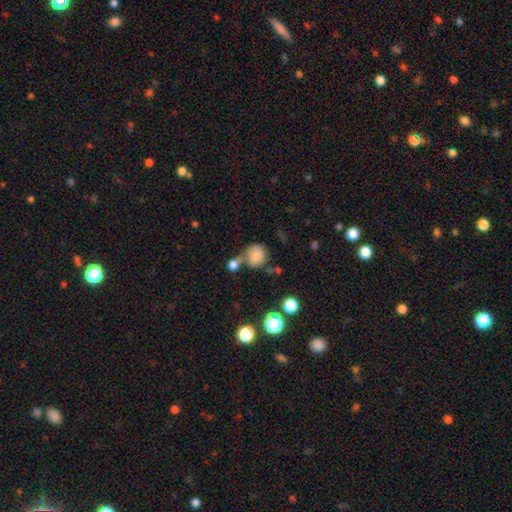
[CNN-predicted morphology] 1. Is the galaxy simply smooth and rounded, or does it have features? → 80% smooth, 10% featured or disk, 10% star or artifact.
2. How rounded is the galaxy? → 77% round, 22% in between, 1% cigar-shaped.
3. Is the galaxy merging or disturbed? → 39% none, 38% merger, 14% minor disturbance, 9% major disturbance.